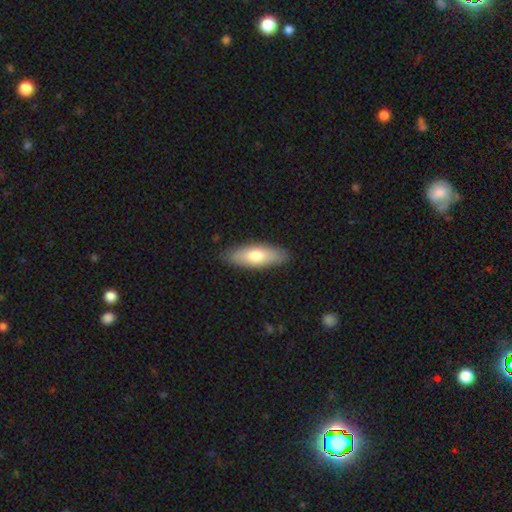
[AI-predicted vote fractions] Smooth or featured? Predicted: smooth (p=0.72). How rounded? Predicted: in between (p=0.64). Merging? Predicted: none (p=0.87).